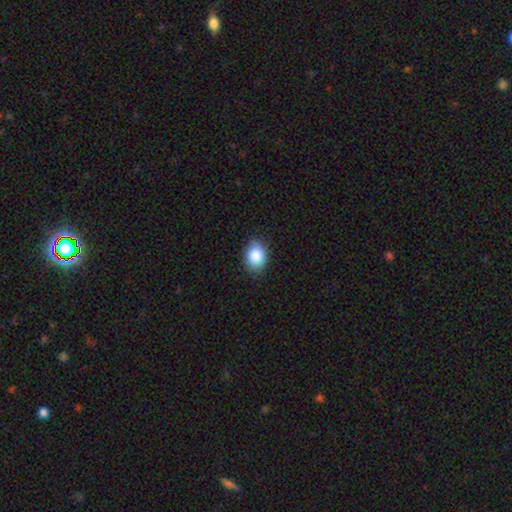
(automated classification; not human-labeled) smooth 87%, star or artifact 8%, featured or disk 5%. Down the decision tree: how rounded — in between (70%); merging — none (83%).